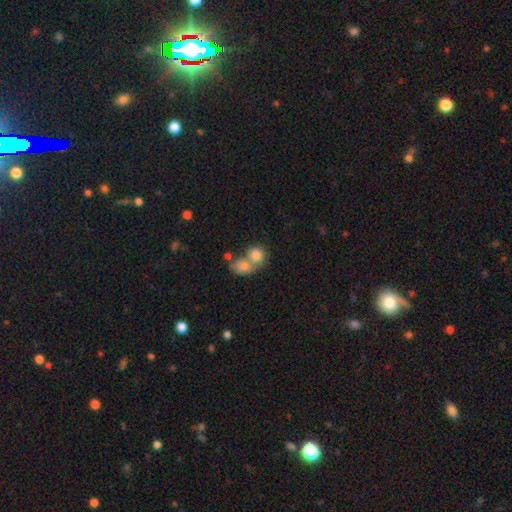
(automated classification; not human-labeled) Morphology: type=smooth (80%); roundness=round (62%); merging=merger (63%).